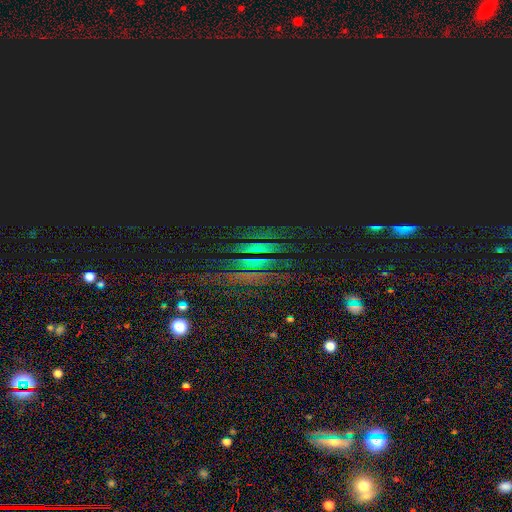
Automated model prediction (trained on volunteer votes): Q: Smooth or featured?
A: star or artifact (77%); runner-up: featured or disk (13%)